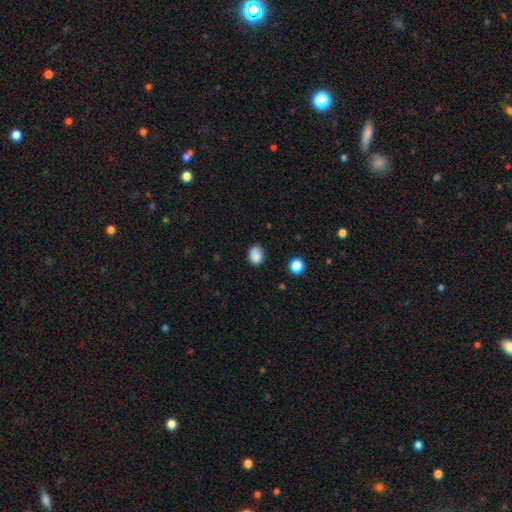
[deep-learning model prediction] Smooth or featured?
  - smooth: 85% *
  - star or artifact: 10%
  - featured or disk: 6%
How rounded?
  - in between: 60% *
  - round: 39%
  - cigar-shaped: 1%
Merging?
  - none: 66% *
  - minor disturbance: 26%
  - major disturbance: 5%
  - merger: 2%